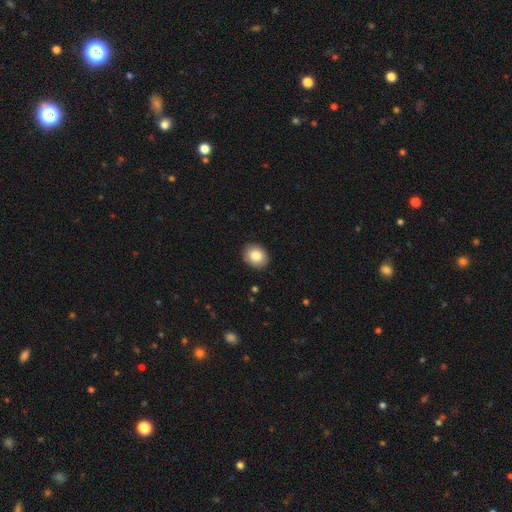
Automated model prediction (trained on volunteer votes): smooth 85%, star or artifact 8%, featured or disk 7%. Down the decision tree: how rounded — round (53%); merging — none (90%).